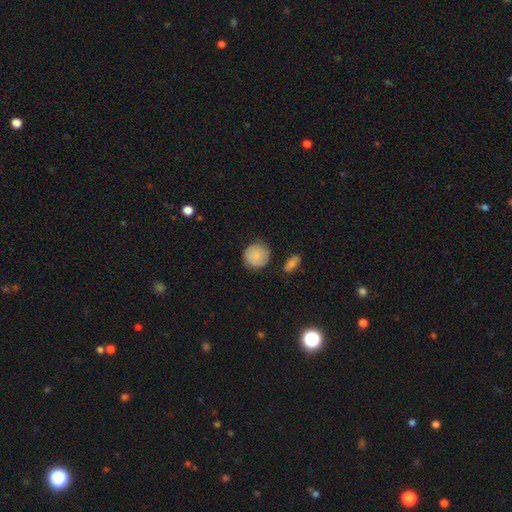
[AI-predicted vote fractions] smooth 83%, featured or disk 9%, star or artifact 7%. Down the decision tree: how rounded — round (91%); merging — none (79%).